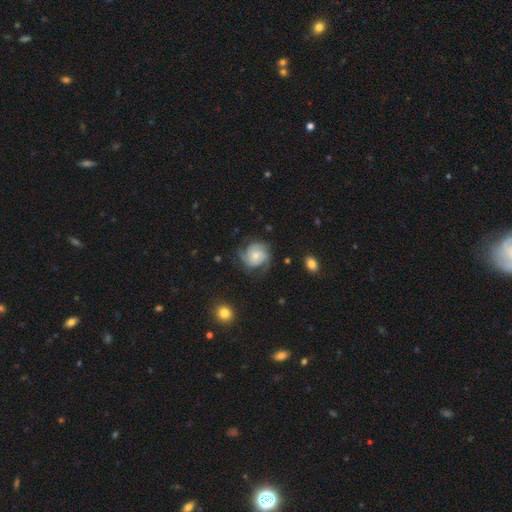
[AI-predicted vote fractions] Smooth or featured?
  - featured or disk: 76% *
  - smooth: 17%
  - star or artifact: 7%
Edge-on disk?
  - no: 98% *
  - yes: 2%
Bar?
  - no: 70% *
  - weak: 25%
  - strong: 4%
Spiral arms?
  - yes: 95% *
  - no: 5%
Spiral winding?
  - tight: 50% *
  - medium: 38%
  - loose: 12%
Spiral arm count?
  - 3: 39% *
  - 2: 22%
  - can't tell: 20%
  - 4: 9%
  - 1: 5%
  - more than 4: 5%
Bulge size?
  - small: 52% *
  - moderate: 40%
  - large: 3%
  - none: 3%
  - dominant: 1%
Merging?
  - none: 65% *
  - minor disturbance: 21%
  - major disturbance: 12%
  - merger: 1%